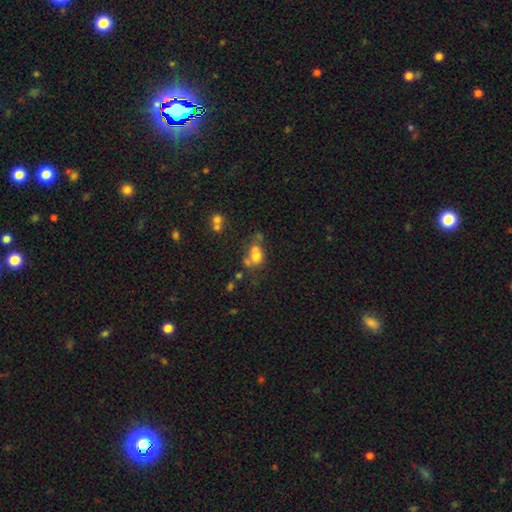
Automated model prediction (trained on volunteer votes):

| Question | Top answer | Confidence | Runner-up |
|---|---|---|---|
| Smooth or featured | smooth | 65% | featured or disk (20%) |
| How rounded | round | 52% | in between (46%) |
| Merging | merger | 46% | none (30%) |